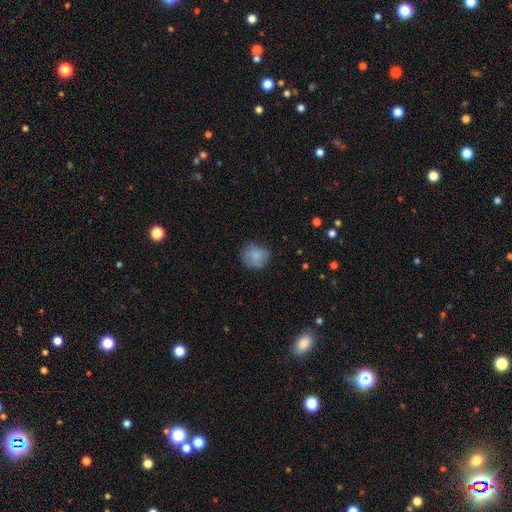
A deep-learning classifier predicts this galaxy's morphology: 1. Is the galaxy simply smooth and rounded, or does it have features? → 82% smooth, 10% featured or disk, 8% star or artifact.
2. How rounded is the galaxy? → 77% round, 22% in between, 1% cigar-shaped.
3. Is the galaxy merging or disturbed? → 73% none, 20% minor disturbance, 6% major disturbance, 1% merger.